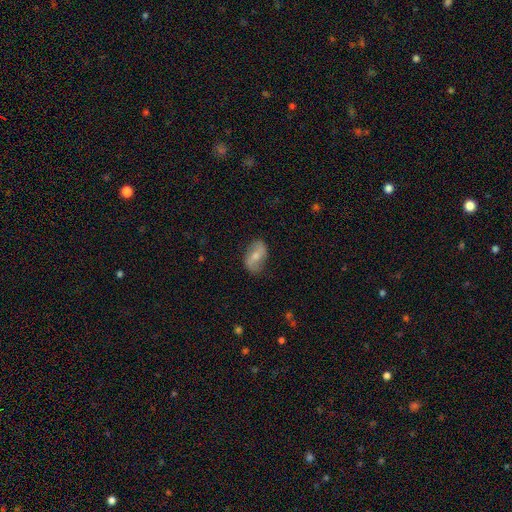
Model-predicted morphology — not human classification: smooth_or_featured: featured or disk (p=0.47) [tied with: smooth p=0.47]
merging: none (p=0.79) [alt: minor disturbance p=0.16]